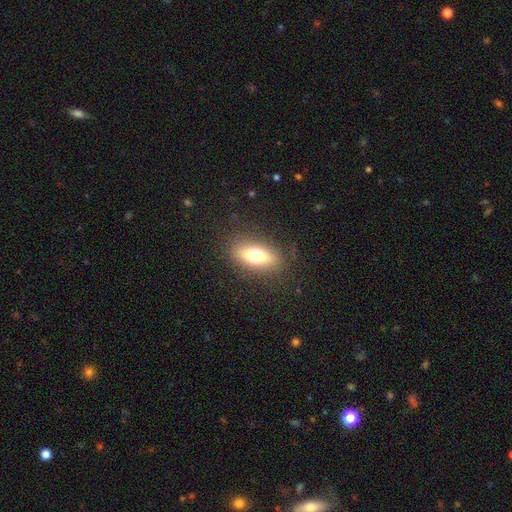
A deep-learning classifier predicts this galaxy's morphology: Overall: smooth (68%). How rounded: in between (71%). Merging: none (84%).